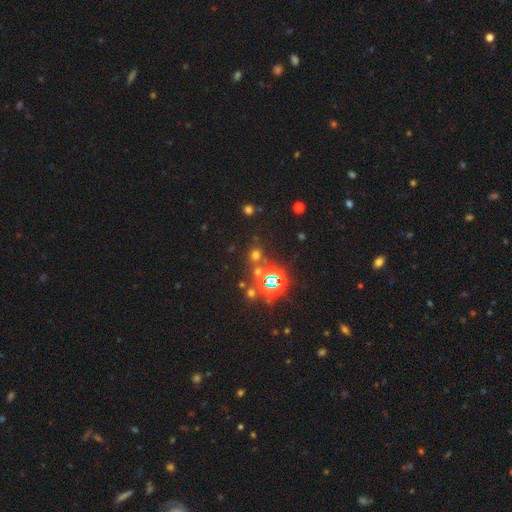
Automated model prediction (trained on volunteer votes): smooth_or_featured: star or artifact (p=0.57) [alt: smooth p=0.35]